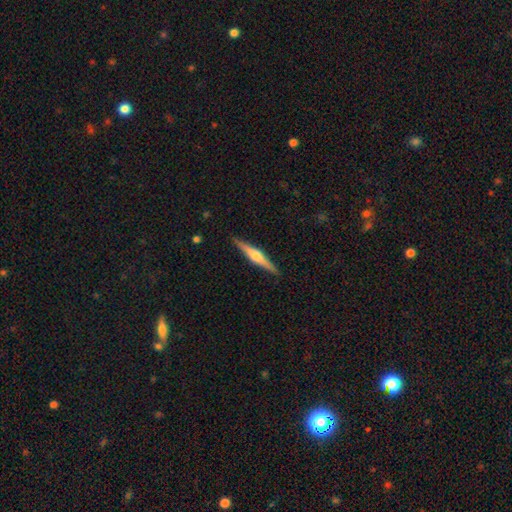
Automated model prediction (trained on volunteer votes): smooth_or_featured: featured or disk (p=0.72) [alt: smooth p=0.22]
disk_edge_on: yes (p=0.98) [alt: no p=0.02]
edge_on_bulge: rounded (p=0.90) [alt: boxy p=0.06]
merging: none (p=0.91) [alt: minor disturbance p=0.07]